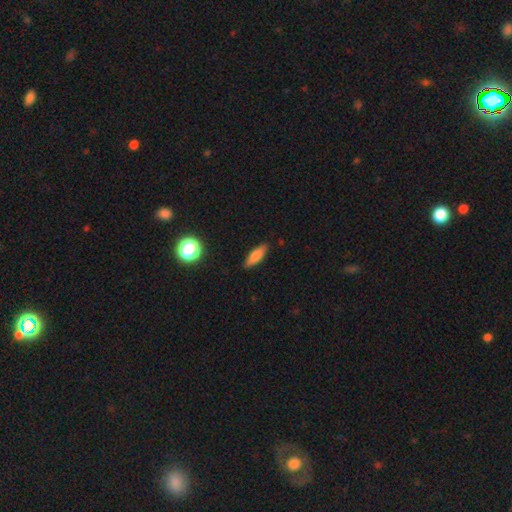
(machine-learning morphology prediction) A smooth galaxy with no disk features (73%) that is in between round and cigar-shaped (50%). Merging: none (86%).